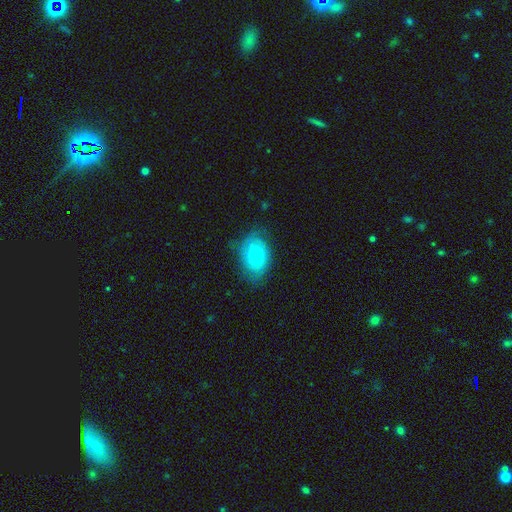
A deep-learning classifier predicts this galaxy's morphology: A smooth galaxy with no disk features (70%) that is in between round and cigar-shaped (81%). Merging: none (63%).